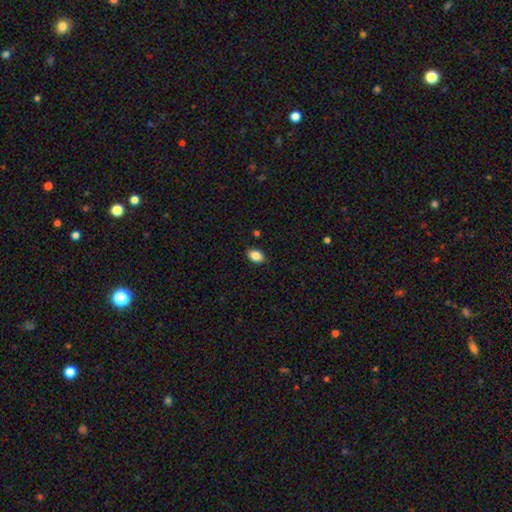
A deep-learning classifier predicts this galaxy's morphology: This appears to be a smooth galaxy with no disk features (86%) that is in between round and cigar-shaped (80%). Merging: none (87%).